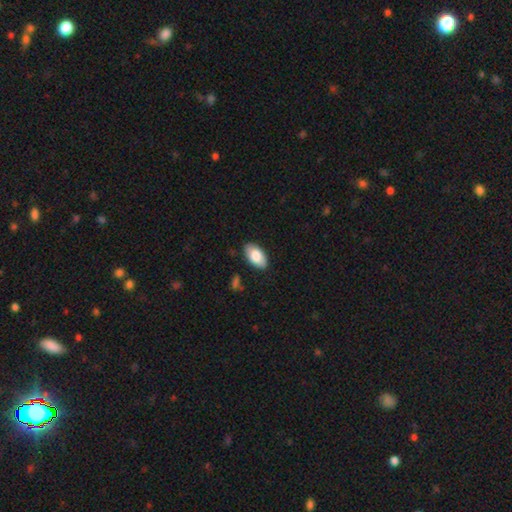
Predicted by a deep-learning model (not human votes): Smooth or featured: smooth — 82% (featured or disk — 12%)
How rounded: in between — 95% (round — 3%)
Merging: none — 86% (minor disturbance — 11%)